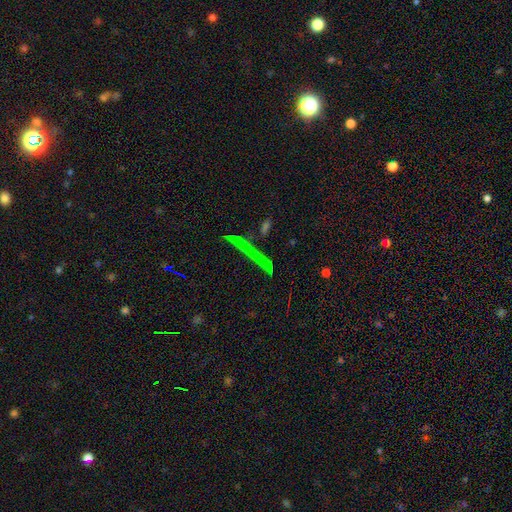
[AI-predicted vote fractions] smooth_or_featured: featured or disk (p=0.40) [alt: smooth p=0.34]
merging: none (p=0.79) [alt: minor disturbance p=0.10]